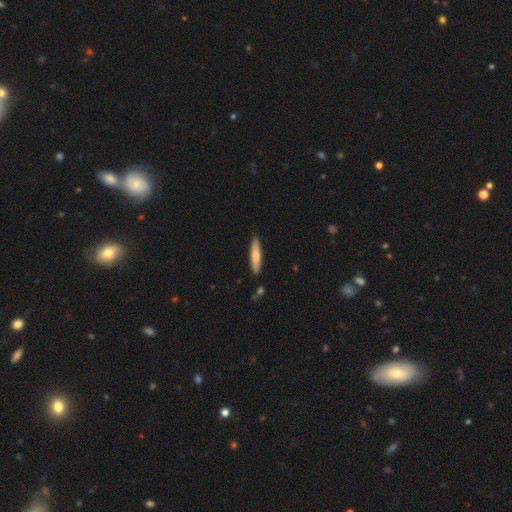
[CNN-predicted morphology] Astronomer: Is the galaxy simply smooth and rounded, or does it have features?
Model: smooth — 70%.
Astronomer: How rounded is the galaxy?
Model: cigar-shaped — 86%.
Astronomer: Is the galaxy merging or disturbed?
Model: none — 89%.